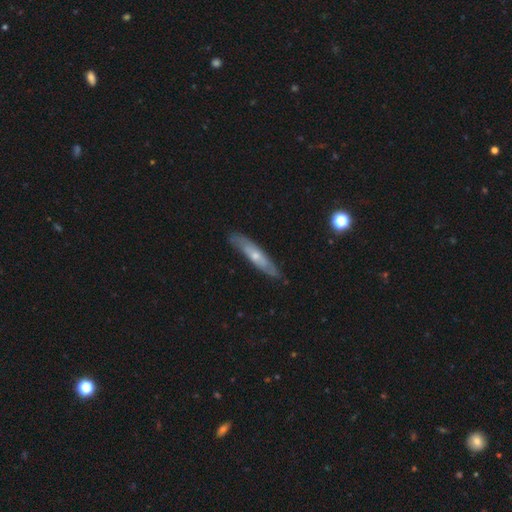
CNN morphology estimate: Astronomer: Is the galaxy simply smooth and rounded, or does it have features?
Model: featured or disk — 55% (runner-up: smooth, 40%).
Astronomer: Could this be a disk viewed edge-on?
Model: yes — 62% (runner-up: no, 38%).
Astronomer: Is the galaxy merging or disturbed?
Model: none — 82%.